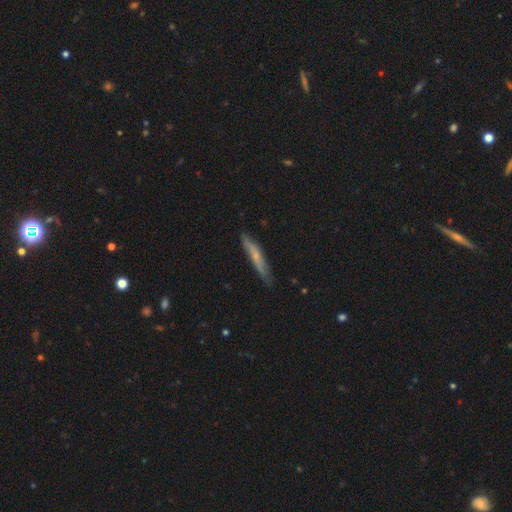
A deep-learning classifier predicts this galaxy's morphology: Overall: smooth (47%; featured or disk 46%). Merging: none (81%).